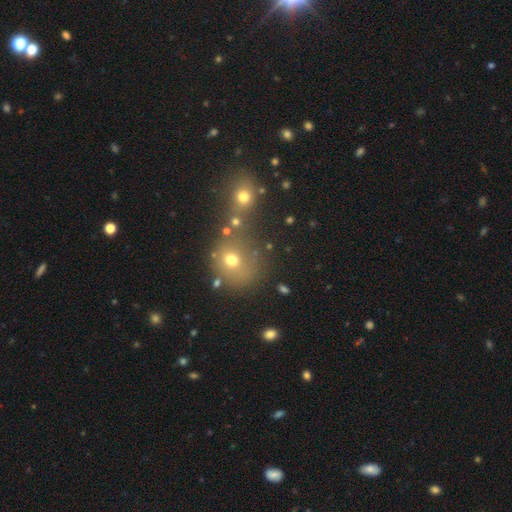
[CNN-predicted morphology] A smooth galaxy with no disk features (56%) that is round (83%).

Vote fractions:
- Smooth or featured? smooth: 56% / star or artifact: 30% / featured or disk: 13%
- How rounded? round: 83% / in between: 16% / cigar-shaped: 1%
- Merging? none: 47% / merger: 40% / minor disturbance: 9% / major disturbance: 5%